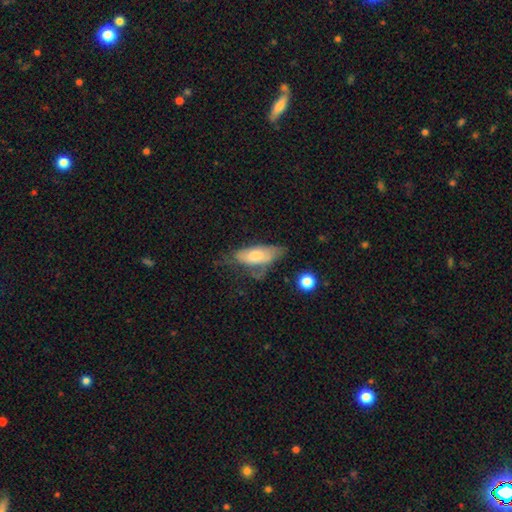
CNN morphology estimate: Smooth or featured? smooth (59%)
How rounded? in between (77%)
Merging? none (34%)